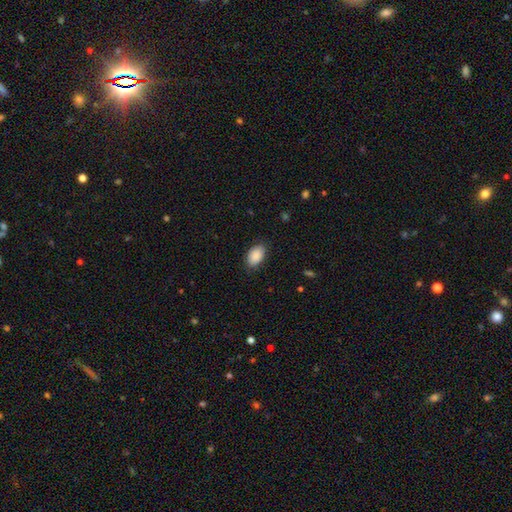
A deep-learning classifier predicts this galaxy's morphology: This is clearly a smooth galaxy (90%). How rounded: clearly in between (93%). Merging: clearly none (83%).